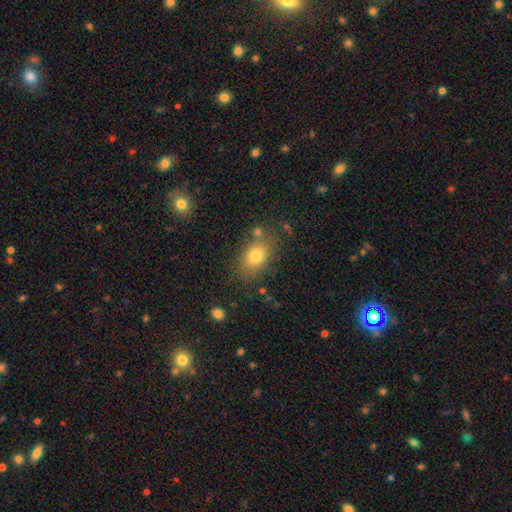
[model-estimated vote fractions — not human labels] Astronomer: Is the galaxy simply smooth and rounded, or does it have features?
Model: smooth — 79%.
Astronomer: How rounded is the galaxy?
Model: in between — 79%.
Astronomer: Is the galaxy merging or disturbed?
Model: none — 75%.